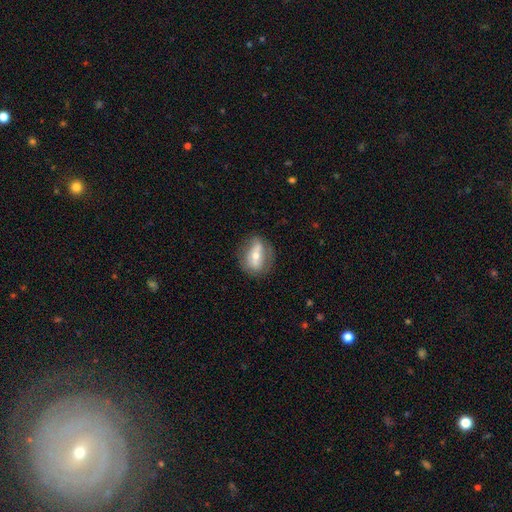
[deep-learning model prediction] A featured or disk galaxy (49%). Merging: none (70%).